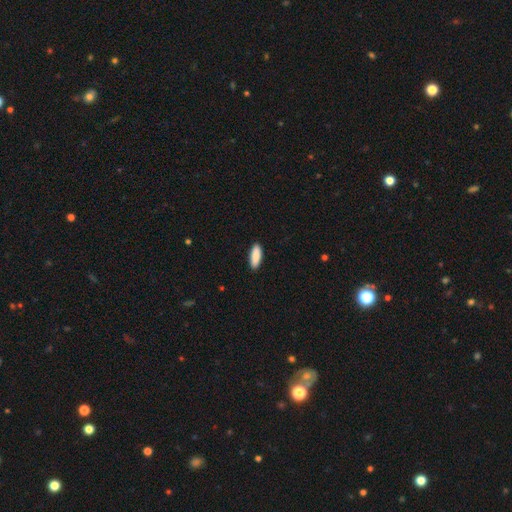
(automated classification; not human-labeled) This is clearly a smooth galaxy (89%). How rounded: likely in between (68%). Merging: clearly none (90%).